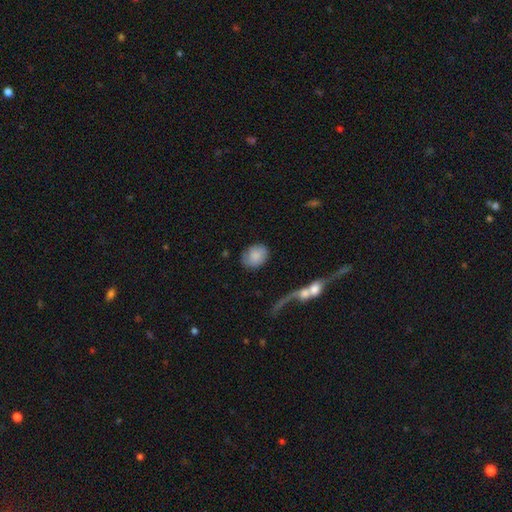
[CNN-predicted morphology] A smooth galaxy with no disk features (79%) that is in between round and cigar-shaped (50%). Merging: none (67%).